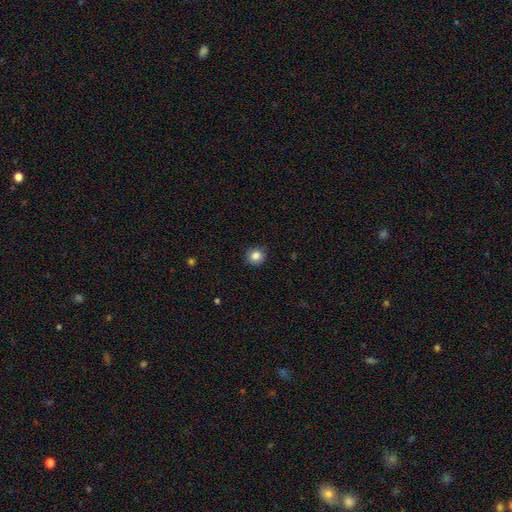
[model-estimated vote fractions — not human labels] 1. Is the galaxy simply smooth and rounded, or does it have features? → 85% smooth, 10% star or artifact, 5% featured or disk.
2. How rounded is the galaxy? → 91% round, 8% in between, 1% cigar-shaped.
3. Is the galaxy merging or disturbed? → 87% none, 10% minor disturbance, 2% major disturbance, 1% merger.